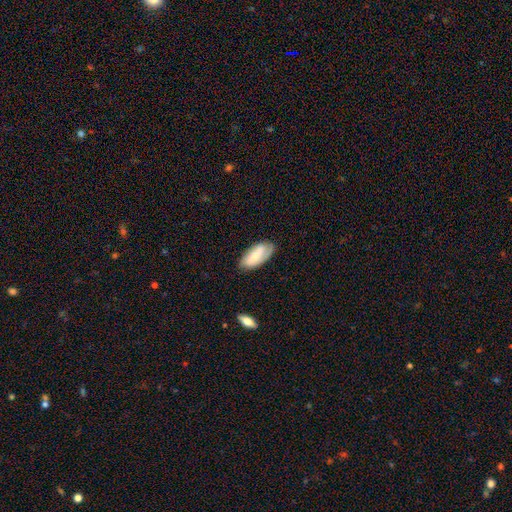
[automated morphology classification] smooth-or-featured: smooth: 56% | featured or disk: 37% | star or artifact: 7%
  how-rounded: in between: 87% | cigar-shaped: 11% | round: 2%
  merging: none: 73% | minor disturbance: 21% | major disturbance: 5% | merger: 2%